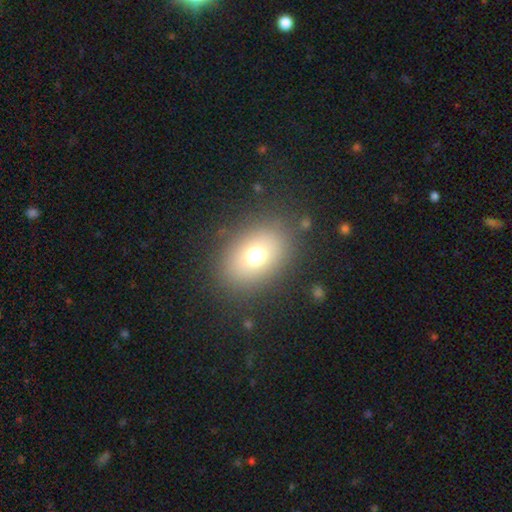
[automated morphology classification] A smooth galaxy with no disk features (68%) that is in between round and cigar-shaped (64%). Merging: none (84%).